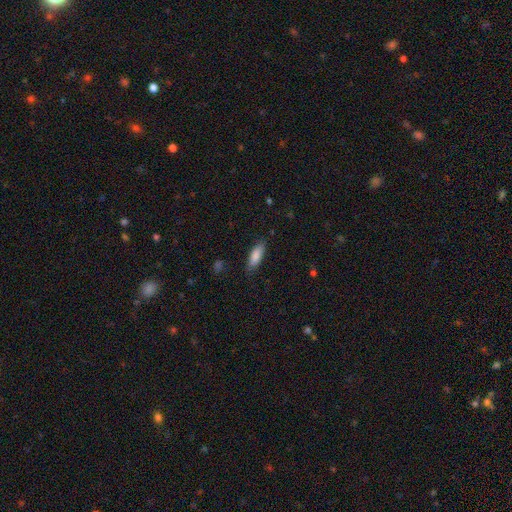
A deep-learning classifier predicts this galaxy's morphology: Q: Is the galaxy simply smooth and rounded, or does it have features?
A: smooth — 85%.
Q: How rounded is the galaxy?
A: in between — 63%.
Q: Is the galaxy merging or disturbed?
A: none — 82%.